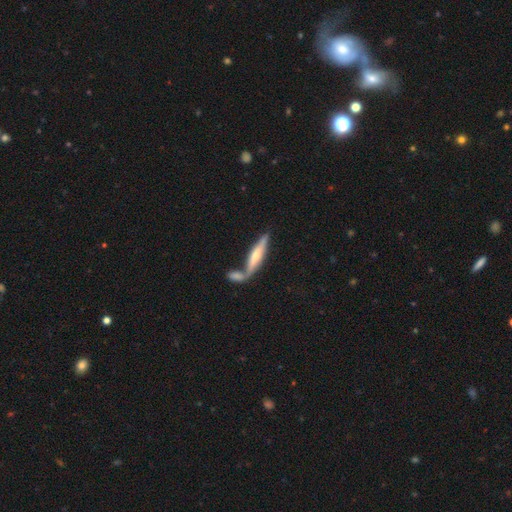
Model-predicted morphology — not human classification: The model was most divided on "merging": merger: 42%, none: 41%, minor disturbance: 12%, major disturbance: 5%. More confident: edge-on disk — yes (88%); smooth or featured — featured or disk (54%).